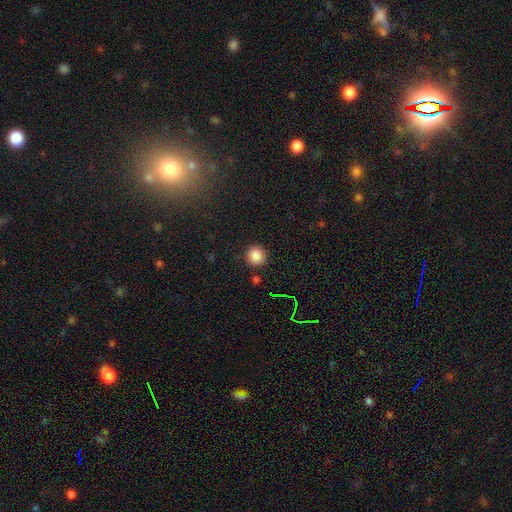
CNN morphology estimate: type=smooth (85%); roundness=round (92%); merging=none (89%).